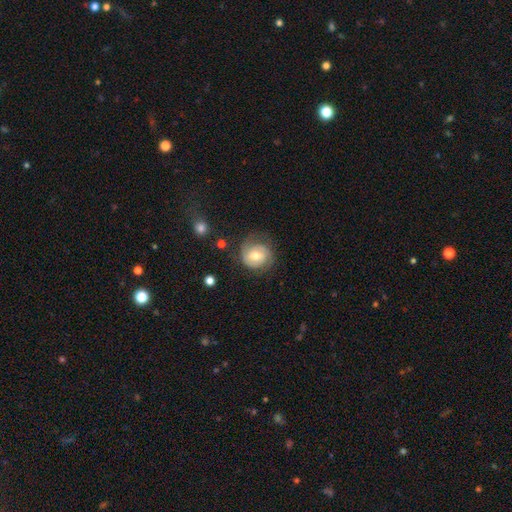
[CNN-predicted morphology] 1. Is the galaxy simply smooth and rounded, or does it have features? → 53% featured or disk, 40% smooth, 7% star or artifact.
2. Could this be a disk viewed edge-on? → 97% no, 3% yes.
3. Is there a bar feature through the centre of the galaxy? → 54% no, 36% weak, 10% strong.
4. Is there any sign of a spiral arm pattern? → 77% yes, 23% no.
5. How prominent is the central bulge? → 72% moderate, 21% small, 6% large, 1% none, 1% dominant.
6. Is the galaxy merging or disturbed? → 64% none, 22% minor disturbance, 12% major disturbance, 2% merger.